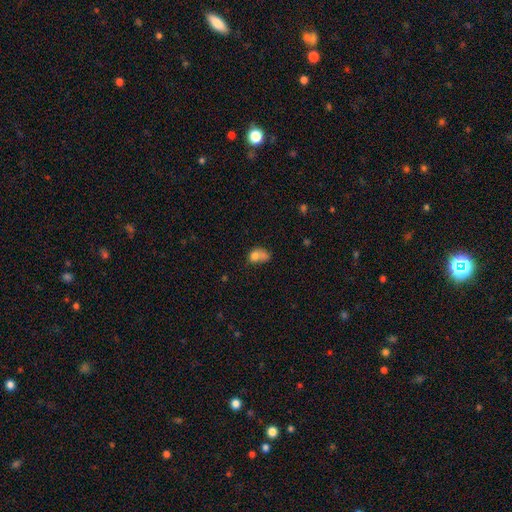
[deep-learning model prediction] A smooth galaxy with no disk features (73%) that is in between round and cigar-shaped (65%). Merging: merger (36%).